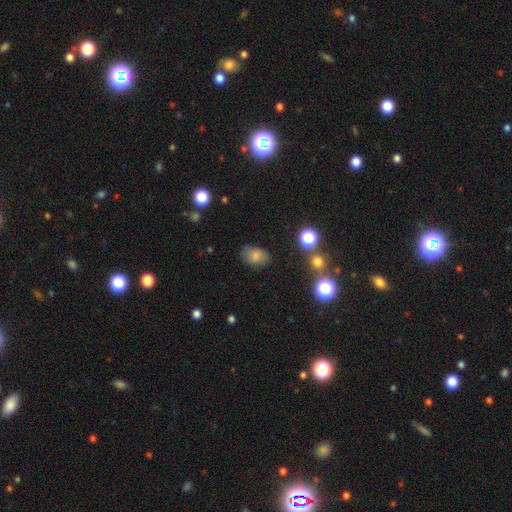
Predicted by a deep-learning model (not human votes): Q: Smooth or featured?
A: smooth (77%); runner-up: star or artifact (12%)
Q: How rounded?
A: in between (81%); runner-up: round (17%)
Q: Merging?
A: none (78%); runner-up: minor disturbance (15%)